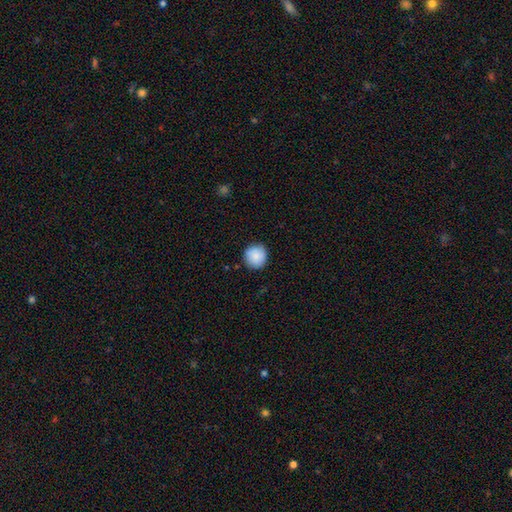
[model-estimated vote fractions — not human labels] Smooth or featured? smooth (87%)
How rounded? round (95%)
Merging? none (89%)